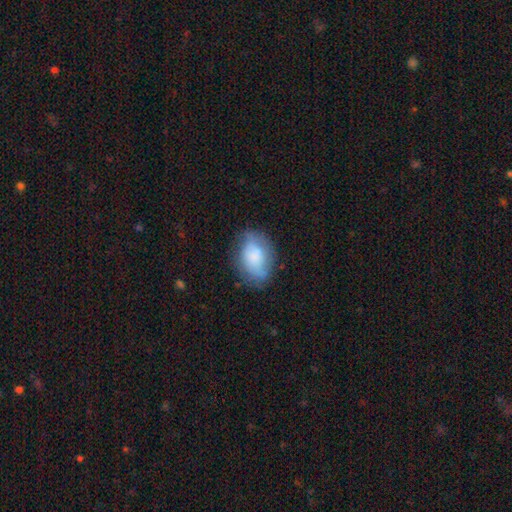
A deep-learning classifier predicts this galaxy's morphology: Smooth or featured? Predicted: smooth (p=0.62). How rounded? Predicted: in between (p=0.75). Merging? Predicted: none (p=0.62).